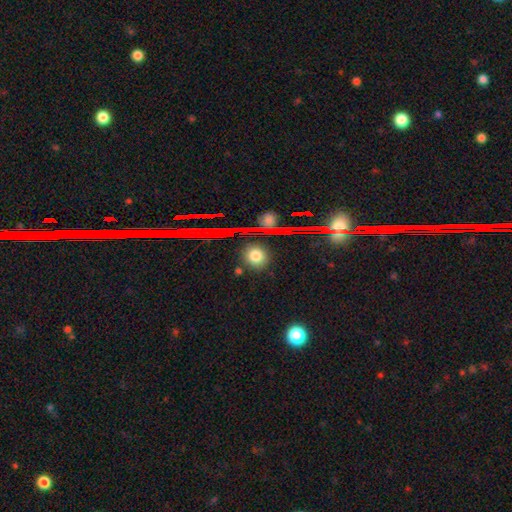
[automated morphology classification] Smooth or featured? Predicted: smooth (p=0.75). How rounded? Predicted: round (p=0.75). Merging? Predicted: none (p=0.85).